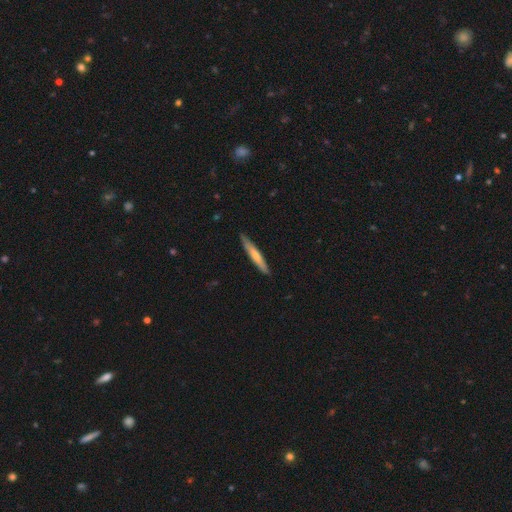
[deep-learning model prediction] Smooth or featured? smooth (58%)
How rounded? cigar-shaped (94%)
Merging? none (88%)